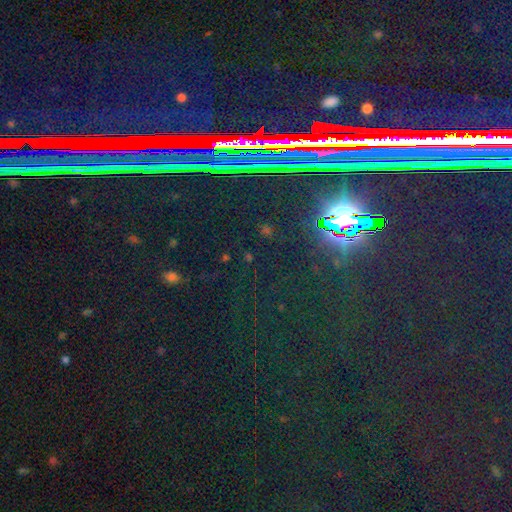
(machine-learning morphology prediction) Overall: star or artifact (85%).